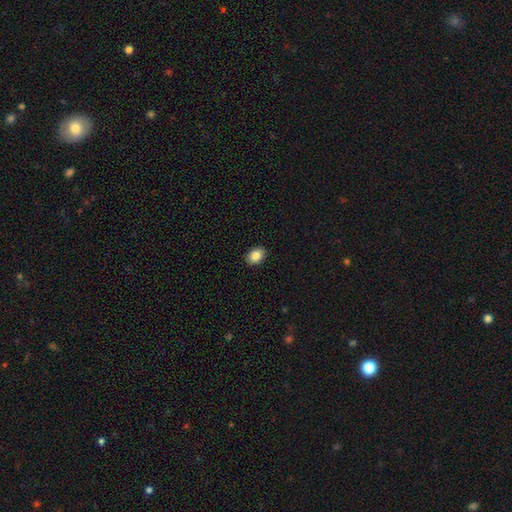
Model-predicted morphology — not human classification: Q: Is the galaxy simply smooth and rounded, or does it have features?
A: smooth — 86%.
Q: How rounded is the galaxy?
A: in between — 72%.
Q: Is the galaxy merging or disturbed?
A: none — 90%.